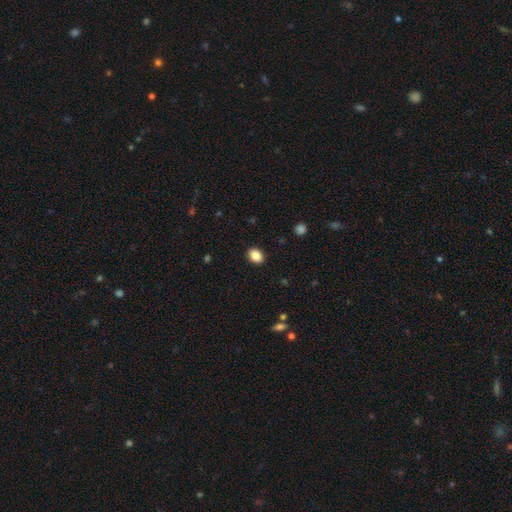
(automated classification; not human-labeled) Smooth or featured? Predicted: smooth (p=0.87). How rounded? Predicted: in between (p=0.60). Merging? Predicted: none (p=0.90).